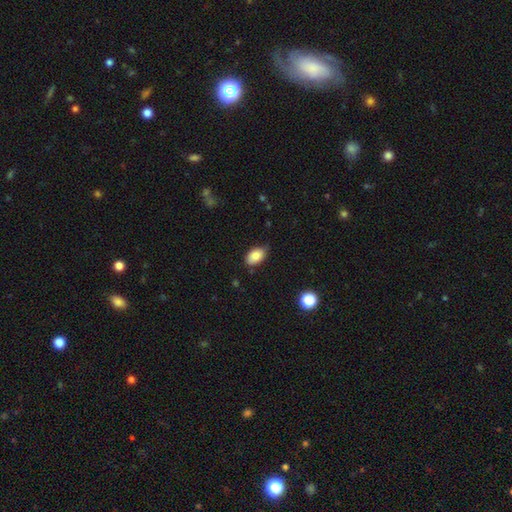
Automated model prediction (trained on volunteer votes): A smooth galaxy with no disk features (83%) that is in between round and cigar-shaped (91%). Merging: none (73%).